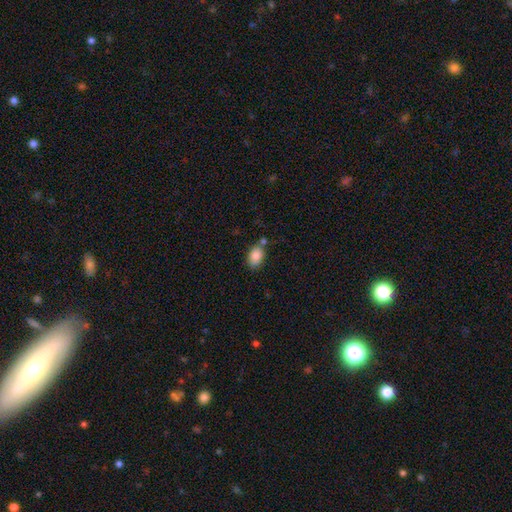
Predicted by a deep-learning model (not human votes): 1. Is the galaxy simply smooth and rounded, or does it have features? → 87% smooth, 7% star or artifact, 6% featured or disk.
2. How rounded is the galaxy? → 87% in between, 11% round, 1% cigar-shaped.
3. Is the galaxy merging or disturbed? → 66% none, 16% minor disturbance, 14% merger, 4% major disturbance.